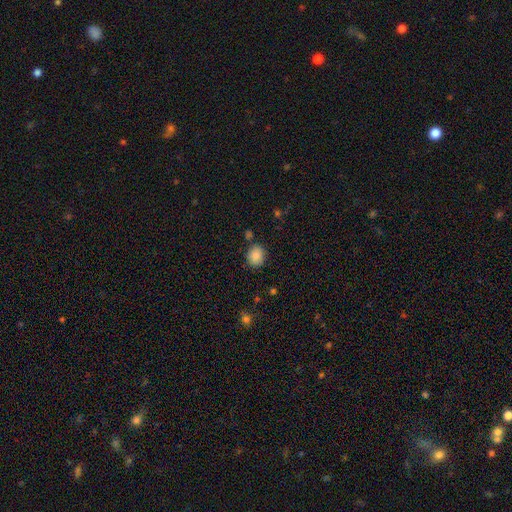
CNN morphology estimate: The model was most divided on "how rounded": round: 68%, in between: 31%, cigar-shaped: 1%. More confident: smooth or featured — smooth (86%); merging — none (82%).